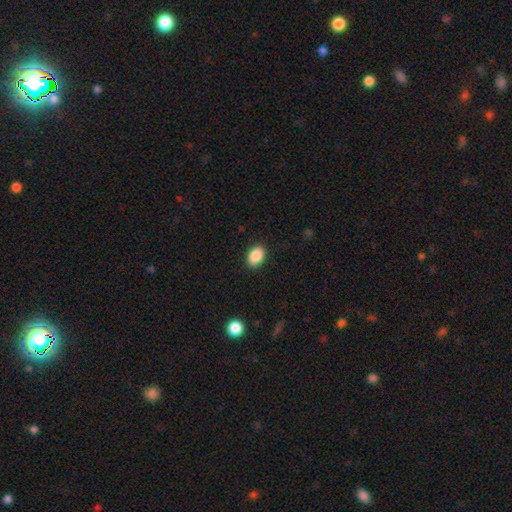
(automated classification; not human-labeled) smooth 89%, star or artifact 8%, featured or disk 4%. Down the decision tree: how rounded — in between (82%); merging — none (89%).